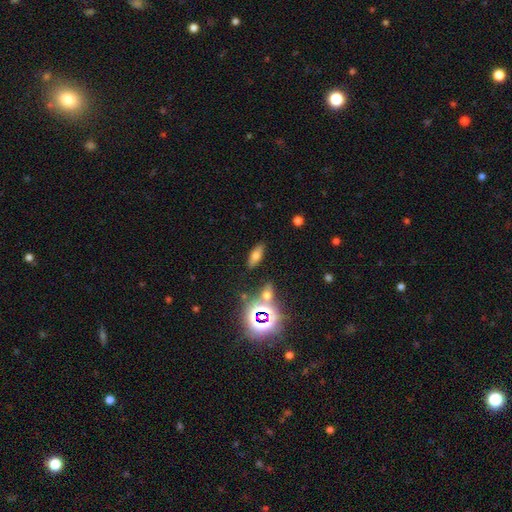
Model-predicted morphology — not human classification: smooth_or_featured: smooth (p=0.63) [alt: star or artifact p=0.19]
how_rounded: in between (p=0.74) [alt: cigar-shaped p=0.20]
merging: none (p=0.85) [alt: minor disturbance p=0.08]